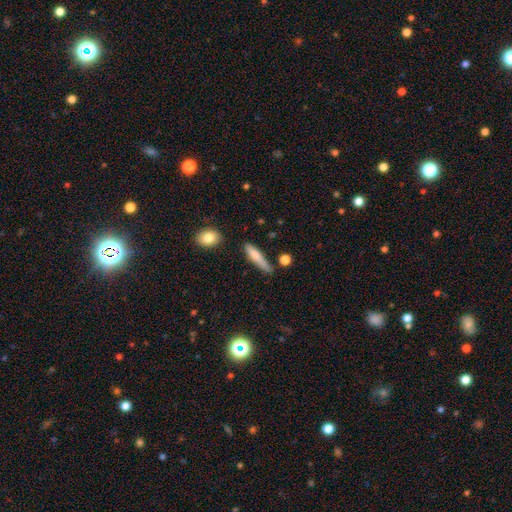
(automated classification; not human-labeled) This appears to be a smooth galaxy with no disk features (72%) that is cigar-shaped (83%). Merging: none (64%).